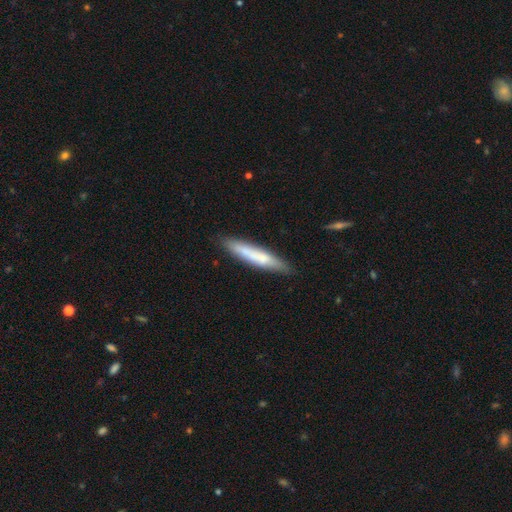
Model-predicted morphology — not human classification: A smooth galaxy with no disk features (66%) that is cigar-shaped (91%).

Vote fractions:
- Smooth or featured? smooth: 66% / featured or disk: 28% / star or artifact: 6%
- How rounded? cigar-shaped: 91% / in between: 8% / round: 1%
- Merging? none: 83% / minor disturbance: 13% / major disturbance: 2% / merger: 2%